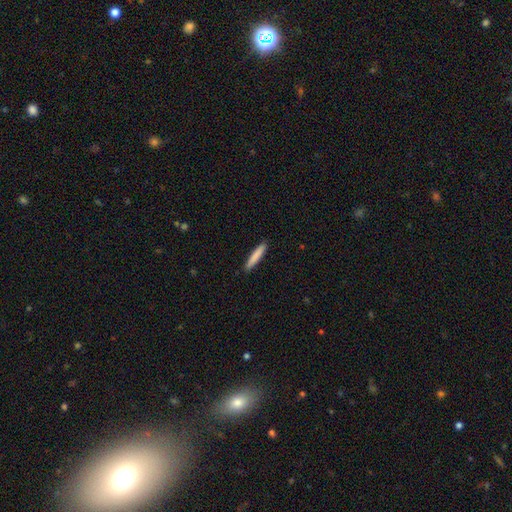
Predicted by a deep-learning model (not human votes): Overall: smooth (83%). How rounded: cigar-shaped (93%). Merging: none (91%).